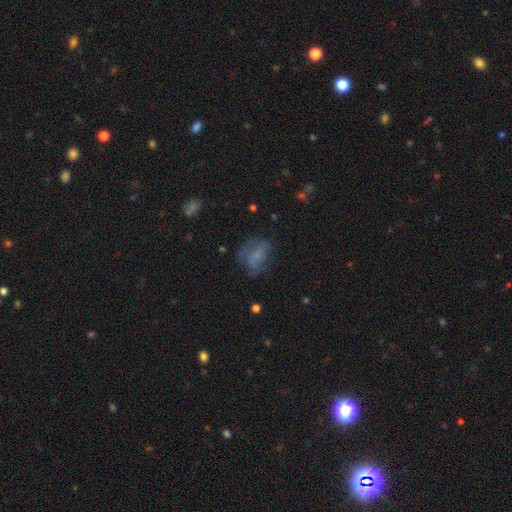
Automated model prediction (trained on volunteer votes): This is possibly a smooth galaxy (51%). How rounded: likely in between (67%). Merging: possibly none (50%).